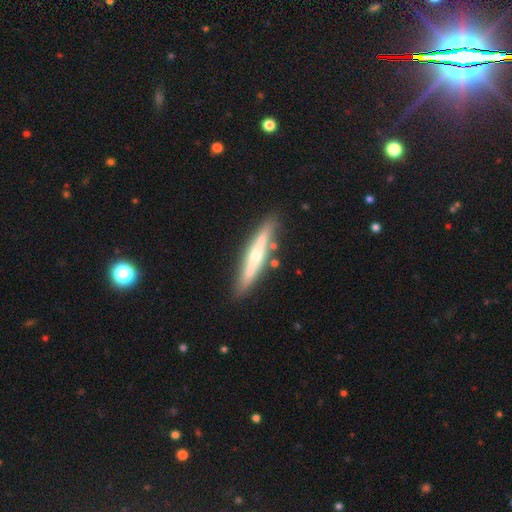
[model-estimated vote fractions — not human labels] This appears to be a featured or disk galaxy (66%) viewed edge-on (90%) with a rounded central bulge (73%). Merging: none (81%).